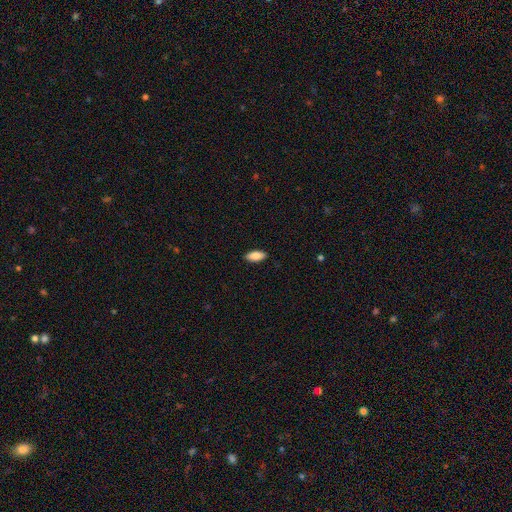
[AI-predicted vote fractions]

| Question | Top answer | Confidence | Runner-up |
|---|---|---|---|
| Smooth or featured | smooth | 84% | featured or disk (9%) |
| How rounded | in between | 86% | cigar-shaped (11%) |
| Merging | none | 89% | minor disturbance (8%) |